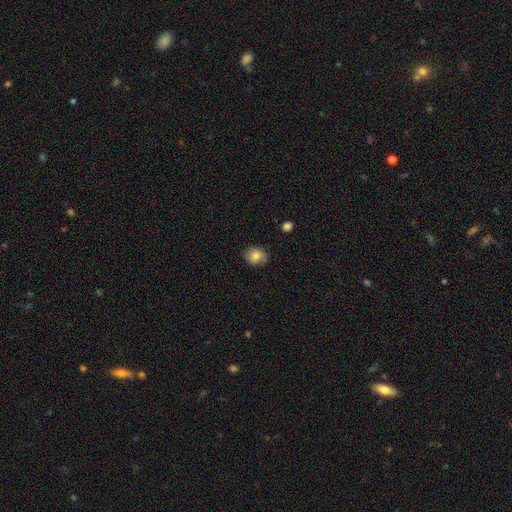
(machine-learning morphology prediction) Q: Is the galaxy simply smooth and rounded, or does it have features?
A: smooth — 78%.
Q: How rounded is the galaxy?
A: round — 63%.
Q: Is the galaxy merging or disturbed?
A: none — 76%.